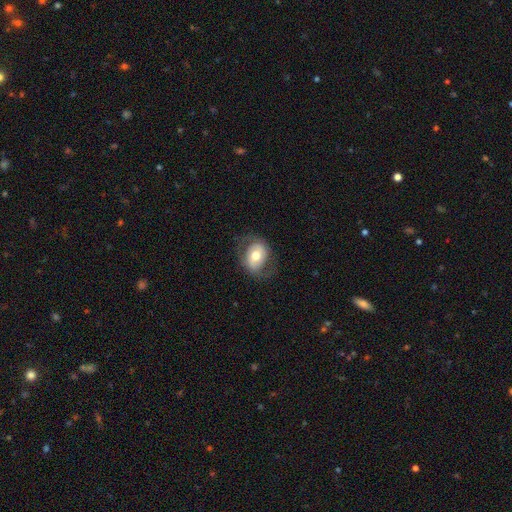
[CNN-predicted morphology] smooth 48%, featured or disk 45%, star or artifact 7%. Down the decision tree: merging — none (68%).